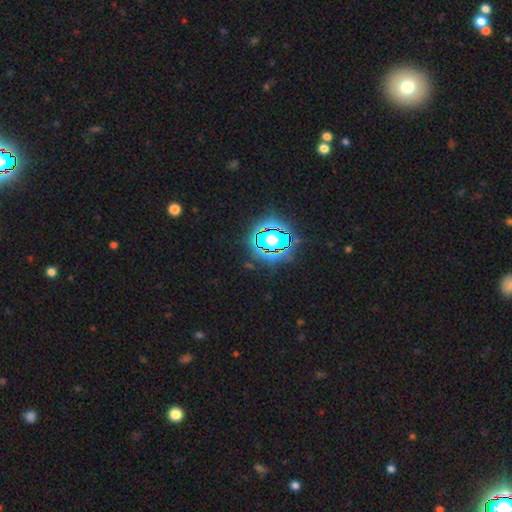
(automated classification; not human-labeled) Smooth or featured?
  - star or artifact: 83% *
  - smooth: 10%
  - featured or disk: 7%